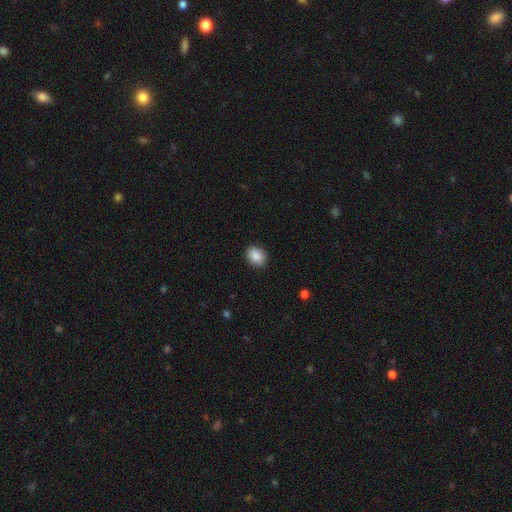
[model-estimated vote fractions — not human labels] Smooth or featured? smooth (89%)
How rounded? in between (62%)
Merging? none (89%)